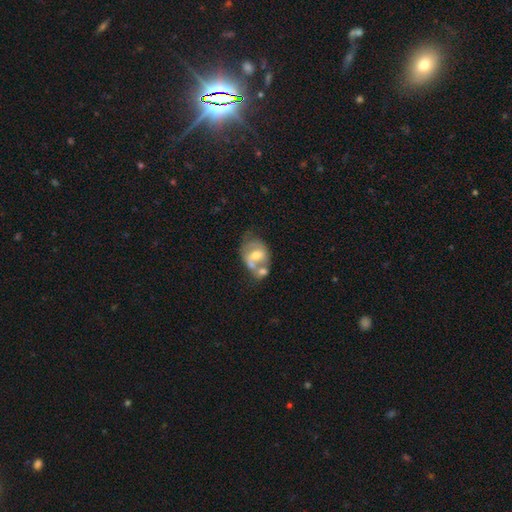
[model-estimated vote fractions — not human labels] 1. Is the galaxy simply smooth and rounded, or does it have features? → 52% featured or disk, 40% smooth, 8% star or artifact.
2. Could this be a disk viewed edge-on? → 96% no, 4% yes.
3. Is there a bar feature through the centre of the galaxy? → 51% no, 35% weak, 14% strong.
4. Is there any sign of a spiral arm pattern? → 57% no, 43% yes.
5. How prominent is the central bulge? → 68% moderate, 22% small, 6% large, 2% none, 1% dominant.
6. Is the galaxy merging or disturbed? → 48% merger, 25% none, 16% minor disturbance, 11% major disturbance.